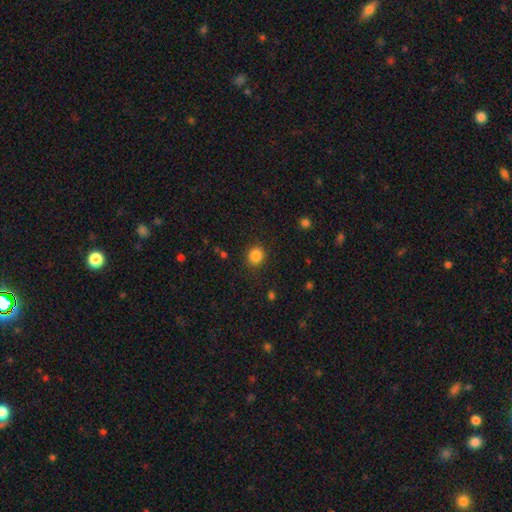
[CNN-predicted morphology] A smooth galaxy with no disk features (85%) that is round (82%). Merging: none (88%).